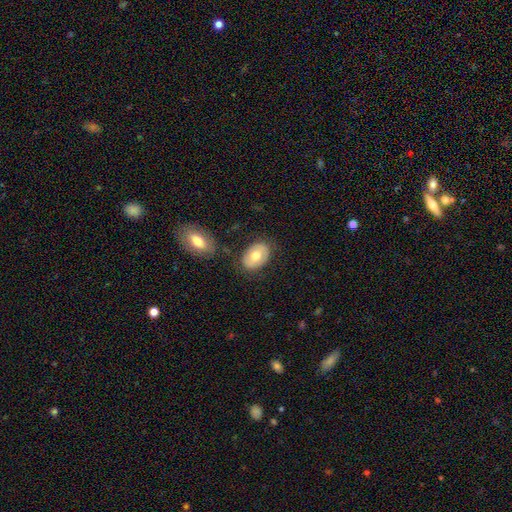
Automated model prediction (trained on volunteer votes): smooth_or_featured: smooth (p=0.62) [alt: featured or disk p=0.32]
how_rounded: in between (p=0.79) [alt: round p=0.20]
merging: none (p=0.79) [alt: minor disturbance p=0.12]